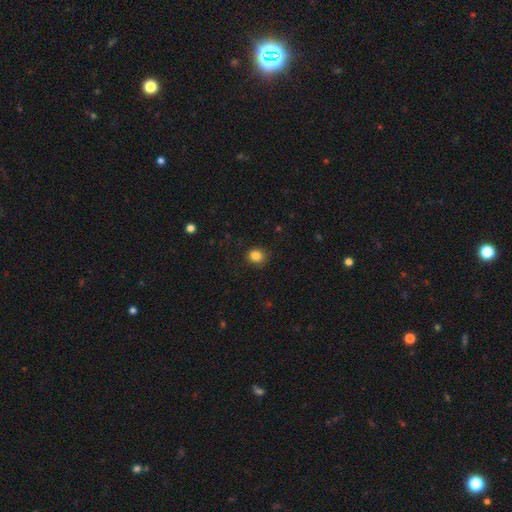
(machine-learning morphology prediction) Q: Smooth or featured?
A: smooth (84%); runner-up: star or artifact (11%)
Q: How rounded?
A: round (80%); runner-up: in between (19%)
Q: Merging?
A: none (84%); runner-up: minor disturbance (12%)